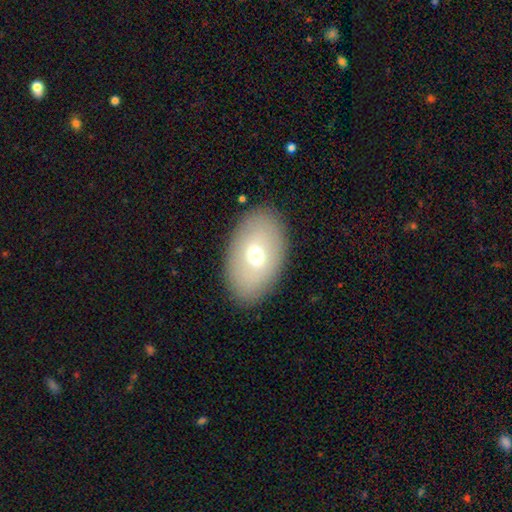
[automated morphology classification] Smooth or featured? Predicted: smooth (p=0.63). How rounded? Predicted: in between (p=0.89). Merging? Predicted: none (p=0.86).